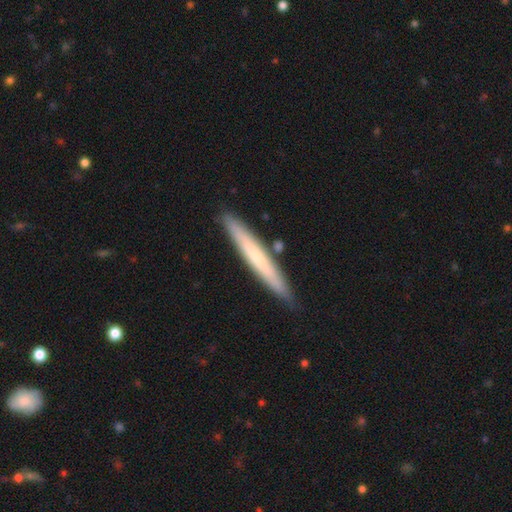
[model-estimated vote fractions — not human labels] Smooth or featured: smooth — 58% (featured or disk — 37%)
How rounded: cigar-shaped — 96% (in between — 3%)
Merging: none — 87% (minor disturbance — 9%)